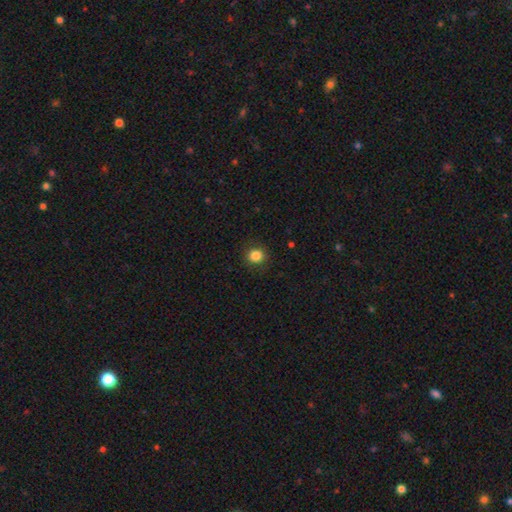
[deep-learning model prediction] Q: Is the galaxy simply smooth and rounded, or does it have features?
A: smooth — 85%.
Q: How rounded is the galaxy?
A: round — 83%.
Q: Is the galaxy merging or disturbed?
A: none — 90%.